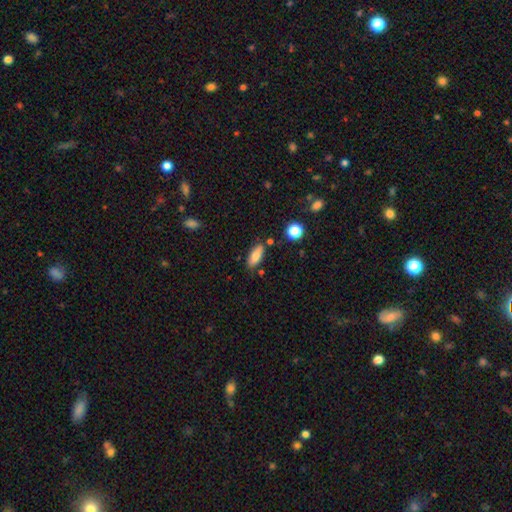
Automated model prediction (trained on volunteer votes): Smooth or featured: smooth — 80% (featured or disk — 12%)
How rounded: in between — 73% (cigar-shaped — 24%)
Merging: none — 78% (minor disturbance — 14%)